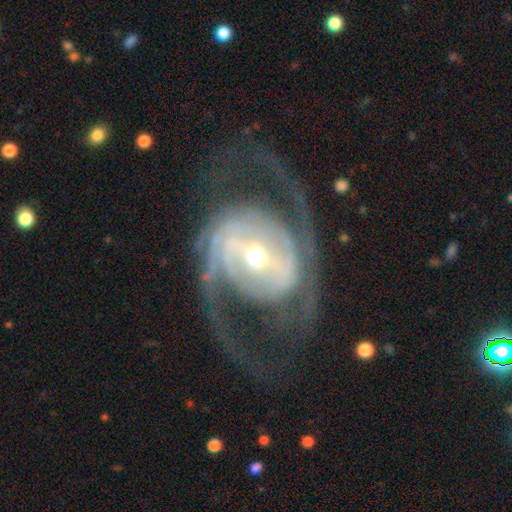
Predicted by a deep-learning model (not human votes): Smooth or featured? Predicted: featured or disk (p=0.90). Edge-on disk? Predicted: no (p=0.96). Bar? Predicted: strong (p=0.36). Spiral arms? Predicted: yes (p=0.94). Spiral winding? Predicted: medium (p=0.49). Spiral arm count? Predicted: 2 (p=0.78). Bulge size? Predicted: moderate (p=0.49). Merging? Predicted: none (p=0.62).